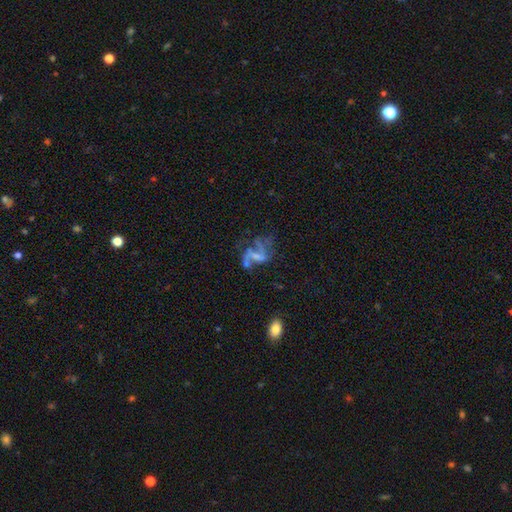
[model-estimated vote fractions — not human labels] smooth_or_featured: featured or disk (p=0.67) [alt: smooth p=0.19]
disk_edge_on: no (p=0.97) [alt: yes p=0.03]
bar: no (p=0.46) [alt: weak p=0.34]
has_spiral_arms: yes (p=0.61) [alt: no p=0.39]
bulge_size: none (p=0.52) [alt: small p=0.27]
merging: major disturbance (p=0.39) [alt: none p=0.28]